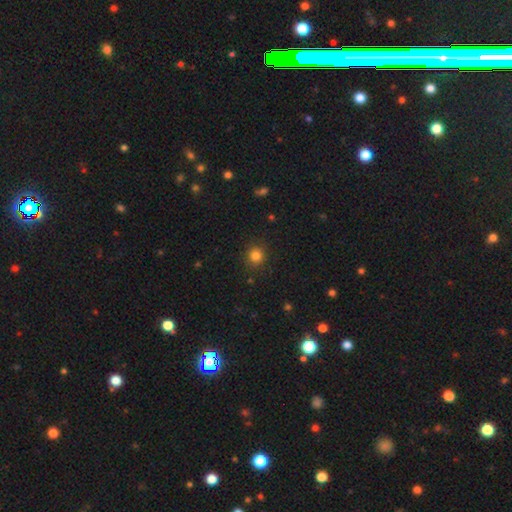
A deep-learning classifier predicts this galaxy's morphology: Smooth or featured? Predicted: smooth (p=0.83). How rounded? Predicted: round (p=0.91). Merging? Predicted: none (p=0.89).